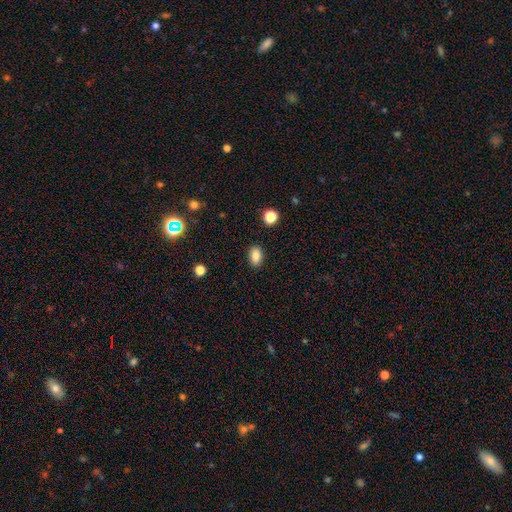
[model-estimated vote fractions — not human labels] Smooth or featured? smooth (84%)
How rounded? in between (84%)
Merging? none (88%)